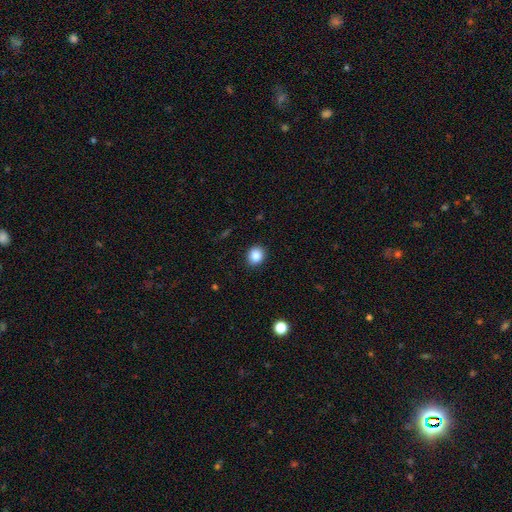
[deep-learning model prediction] Smooth or featured? smooth (86%)
How rounded? round (75%)
Merging? none (91%)